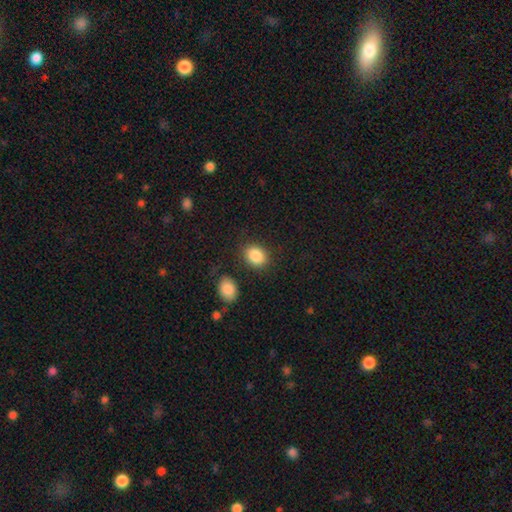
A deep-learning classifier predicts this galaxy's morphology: This appears to be a smooth galaxy with no disk features (87%) that is in between round and cigar-shaped (60%). Merging: none (81%).